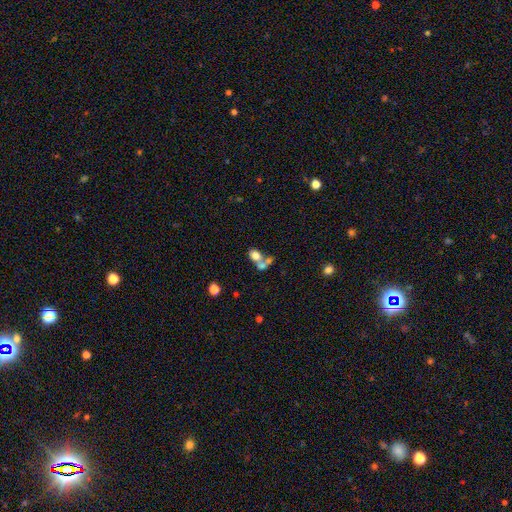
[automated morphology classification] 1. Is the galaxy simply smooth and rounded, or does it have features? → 71% smooth, 17% featured or disk, 12% star or artifact.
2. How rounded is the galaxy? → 64% in between, 34% round, 2% cigar-shaped.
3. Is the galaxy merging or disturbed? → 58% merger, 28% none, 8% minor disturbance, 6% major disturbance.